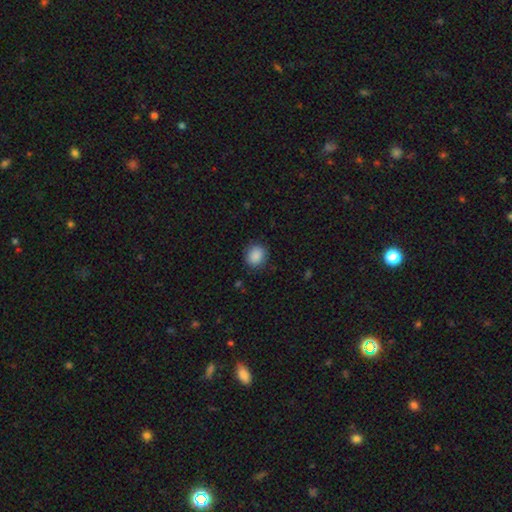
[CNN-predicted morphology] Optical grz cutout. It shows a smooth galaxy with no disk features (88%) that is round (77%). Merging: none (88%).